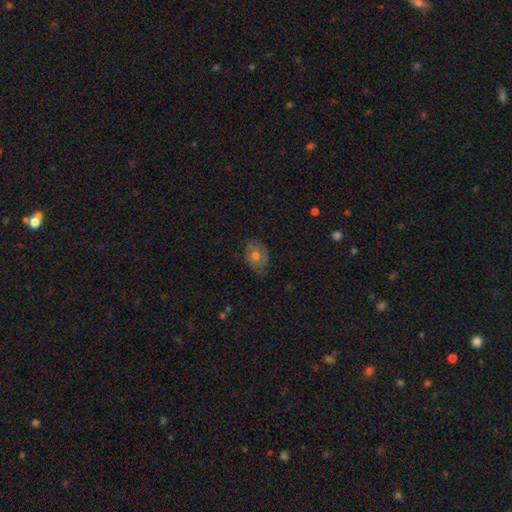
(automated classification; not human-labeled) A smooth galaxy with no disk features (48%).

Vote fractions:
- Smooth or featured? smooth: 48% / featured or disk: 39% / star or artifact: 13%
- Merging? none: 71% / minor disturbance: 21% / major disturbance: 6% / merger: 1%